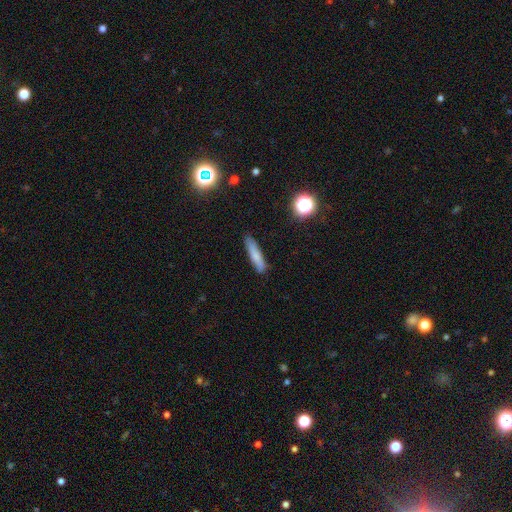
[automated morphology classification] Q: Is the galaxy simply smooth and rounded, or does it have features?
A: smooth — 77%.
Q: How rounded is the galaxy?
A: cigar-shaped — 84%.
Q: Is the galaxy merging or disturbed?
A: none — 85%.